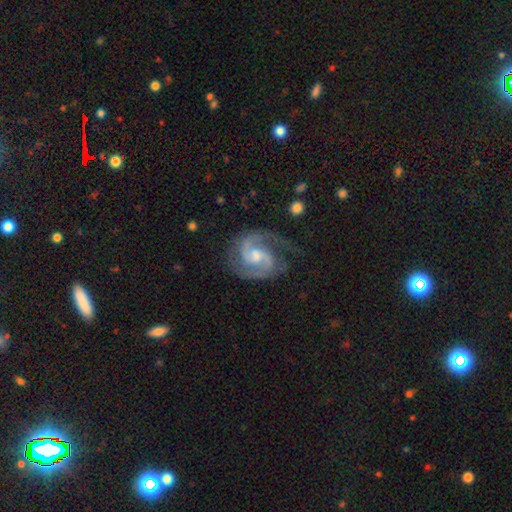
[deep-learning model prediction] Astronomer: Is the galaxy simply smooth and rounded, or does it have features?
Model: featured or disk — 92%.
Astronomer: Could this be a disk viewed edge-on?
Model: no — 98%.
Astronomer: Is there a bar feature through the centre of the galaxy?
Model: weak — 47% (runner-up: no, 41%).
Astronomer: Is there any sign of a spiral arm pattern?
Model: yes — 98%.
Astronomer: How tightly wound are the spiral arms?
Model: medium — 59%.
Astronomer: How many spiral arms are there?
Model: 2 — 90%.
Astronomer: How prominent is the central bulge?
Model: moderate — 55% (runner-up: small, 34%).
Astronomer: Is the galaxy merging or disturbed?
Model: none — 72%.